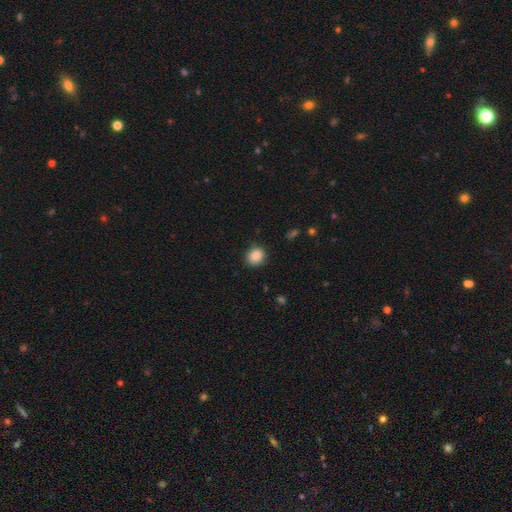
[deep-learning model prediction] This appears to be a smooth galaxy with no disk features (87%) that is round (74%). Merging: none (87%).